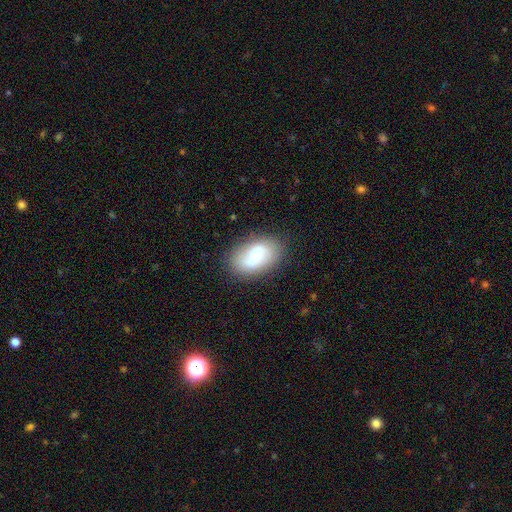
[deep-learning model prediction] This is likely a smooth galaxy (68%). How rounded: clearly in between (90%). Merging: likely none (70%).